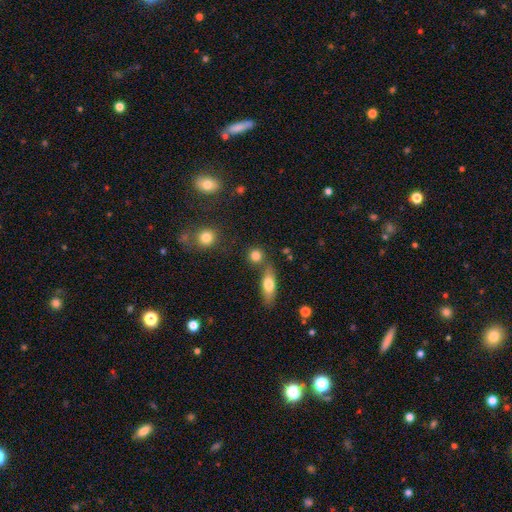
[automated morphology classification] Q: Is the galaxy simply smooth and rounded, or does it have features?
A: smooth — 82%.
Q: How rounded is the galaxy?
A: round — 79%.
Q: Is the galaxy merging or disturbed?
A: none — 64%.